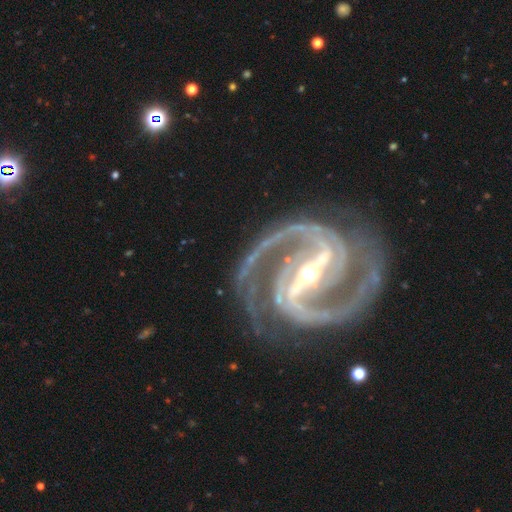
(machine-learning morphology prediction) Smooth or featured? featured or disk (94%)
Edge-on disk? no (98%)
Bar? strong (83%)
Spiral arms? yes (99%)
Spiral winding? medium (52%)
Spiral arm count? 2 (89%)
Bulge size? small (60%)
Merging? none (81%)